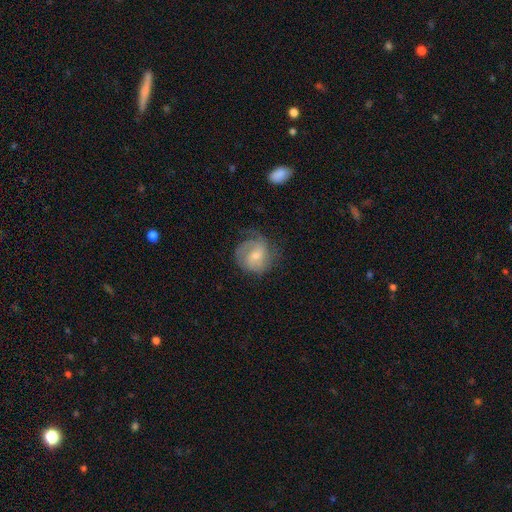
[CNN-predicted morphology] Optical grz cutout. It shows a featured or disk galaxy (56%) with no bar (54%), spiral arms (84%) and a small central bulge (47%). Merging: none (53%).